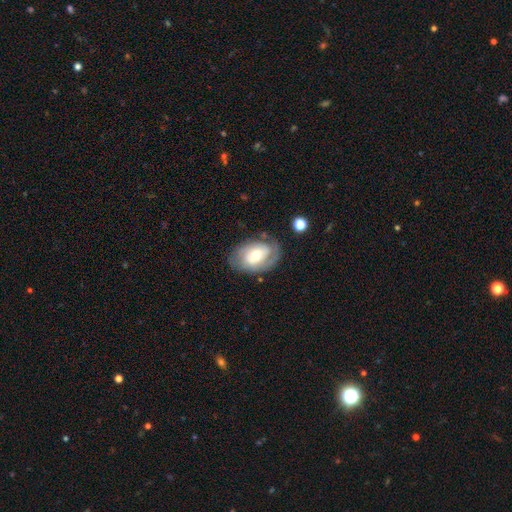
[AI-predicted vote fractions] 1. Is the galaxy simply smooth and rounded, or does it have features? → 65% featured or disk, 29% smooth, 7% star or artifact.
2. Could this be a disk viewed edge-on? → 95% no, 5% yes.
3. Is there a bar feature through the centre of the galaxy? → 50% no, 37% weak, 13% strong.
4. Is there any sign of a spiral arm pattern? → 78% yes, 22% no.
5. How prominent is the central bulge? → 63% moderate, 29% small, 6% large, 1% dominant, 1% none.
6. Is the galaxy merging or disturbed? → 71% none, 19% minor disturbance, 8% major disturbance, 2% merger.